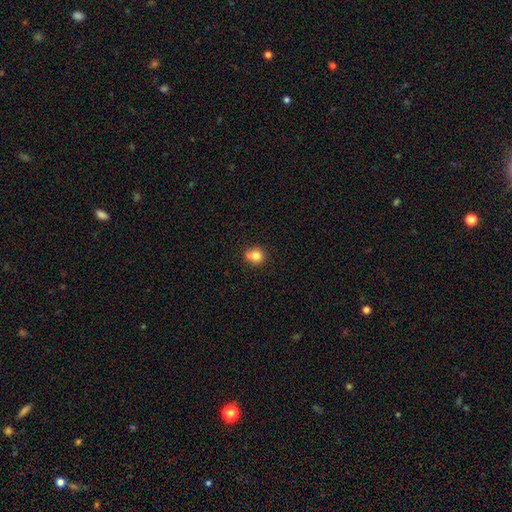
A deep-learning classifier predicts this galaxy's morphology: This is likely a smooth galaxy (77%). How rounded: clearly round (86%). Merging: possibly none (55%).